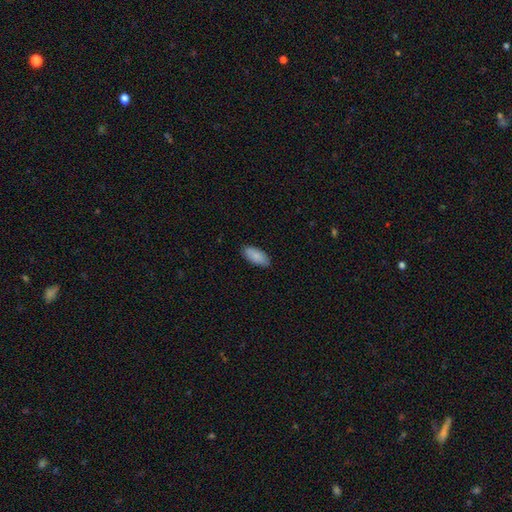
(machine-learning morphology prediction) A smooth galaxy with no disk features (86%) that is in between round and cigar-shaped (90%).

Vote fractions:
- Smooth or featured? smooth: 86% / featured or disk: 8% / star or artifact: 6%
- How rounded? in between: 90% / cigar-shaped: 8% / round: 2%
- Merging? none: 85% / minor disturbance: 12% / major disturbance: 2% / merger: 1%